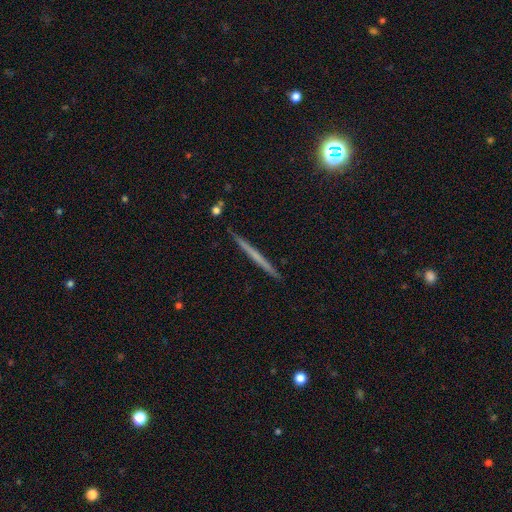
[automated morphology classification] Overall: featured or disk (53%; smooth 40%). Edge-on disk: yes (98%). Edge-on bulge: none (89%). Merging: none (92%).